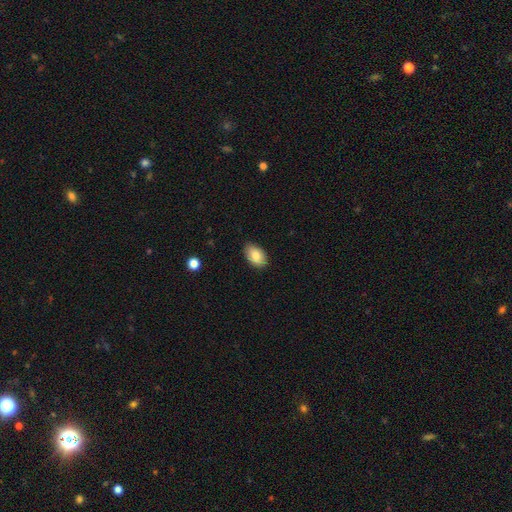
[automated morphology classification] This is clearly a smooth galaxy (84%). How rounded: clearly in between (92%). Merging: clearly none (86%).